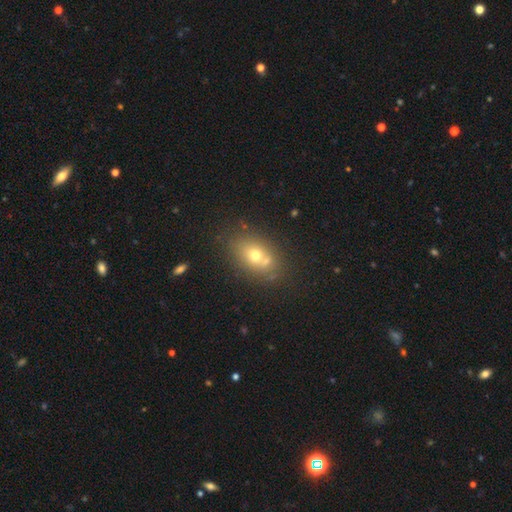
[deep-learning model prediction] Smooth or featured? Predicted: smooth (p=0.64). How rounded? Predicted: in between (p=0.69). Merging? Predicted: none (p=0.58).